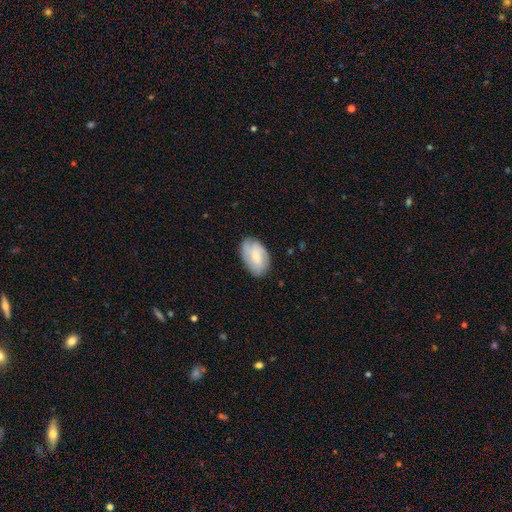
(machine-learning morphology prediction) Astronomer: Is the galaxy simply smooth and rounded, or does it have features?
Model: smooth — 58% (runner-up: featured or disk, 35%).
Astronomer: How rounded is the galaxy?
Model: in between — 91%.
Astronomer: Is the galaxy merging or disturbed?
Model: none — 77%.